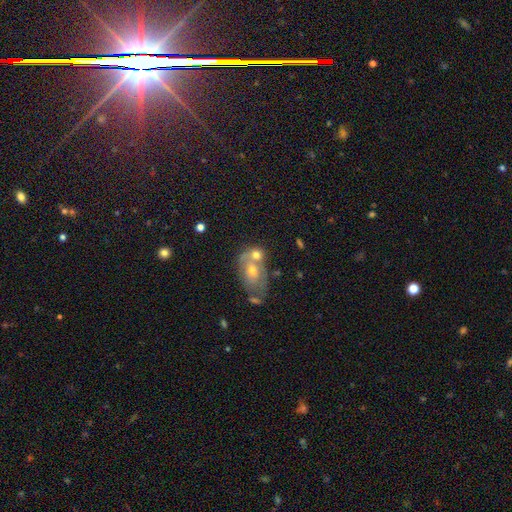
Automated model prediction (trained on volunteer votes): A featured or disk galaxy (45%).

Vote fractions:
- Smooth or featured? featured or disk: 45% / smooth: 43% / star or artifact: 11%
- Merging? merger: 49% / none: 30% / minor disturbance: 13% / major disturbance: 9%